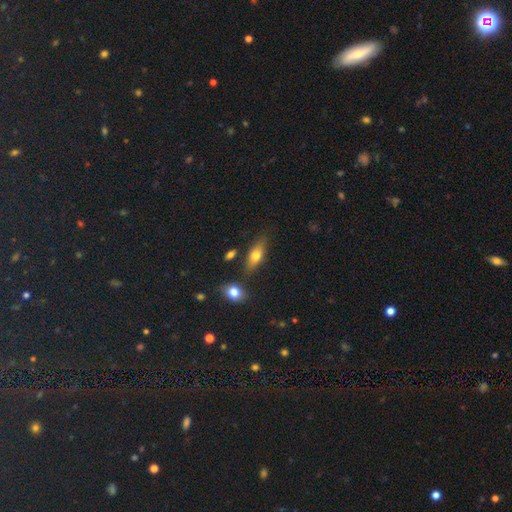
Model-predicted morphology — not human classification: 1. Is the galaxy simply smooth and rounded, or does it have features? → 66% smooth, 26% featured or disk, 8% star or artifact.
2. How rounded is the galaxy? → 69% in between, 25% cigar-shaped, 5% round.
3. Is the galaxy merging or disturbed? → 75% none, 15% minor disturbance, 6% merger, 4% major disturbance.